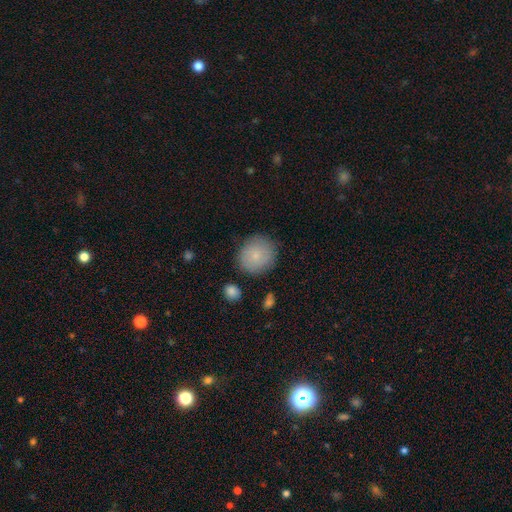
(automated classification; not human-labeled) Overall: smooth (77%). How rounded: round (88%). Merging: none (83%).